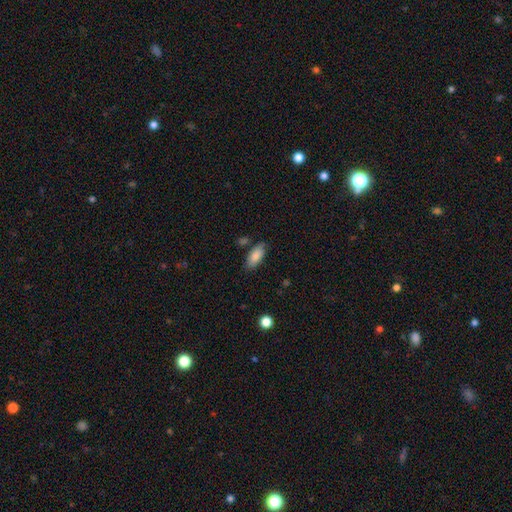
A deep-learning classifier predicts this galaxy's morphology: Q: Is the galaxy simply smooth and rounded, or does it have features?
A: smooth — 84%.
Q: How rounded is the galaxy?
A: in between — 84%.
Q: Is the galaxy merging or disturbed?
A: none — 77%.